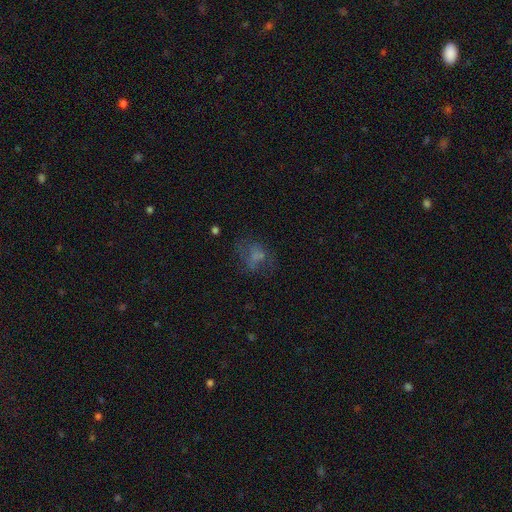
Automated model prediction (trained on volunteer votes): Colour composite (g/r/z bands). It shows a smooth galaxy with no disk features (50%) that is in between round and cigar-shaped (60%). Merging: none (45%).